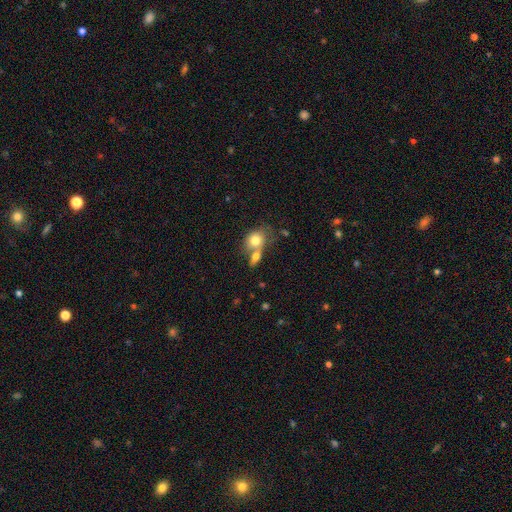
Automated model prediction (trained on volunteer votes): Morphology: type=smooth (76%); roundness=in between (52%); merging=merger (54%).